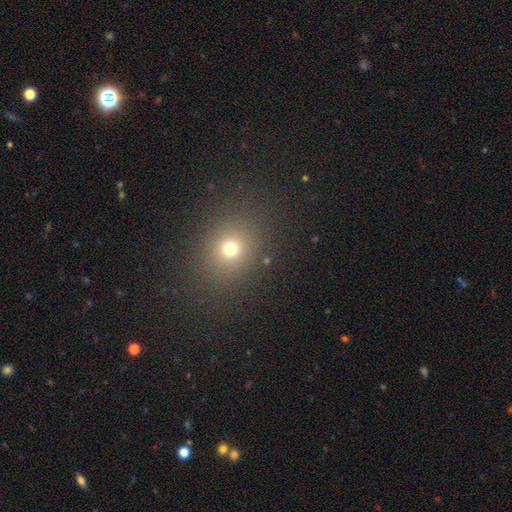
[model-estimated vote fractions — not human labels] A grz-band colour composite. It shows a smooth galaxy with no disk features (63%) that is round (64%). Merging: none (90%).